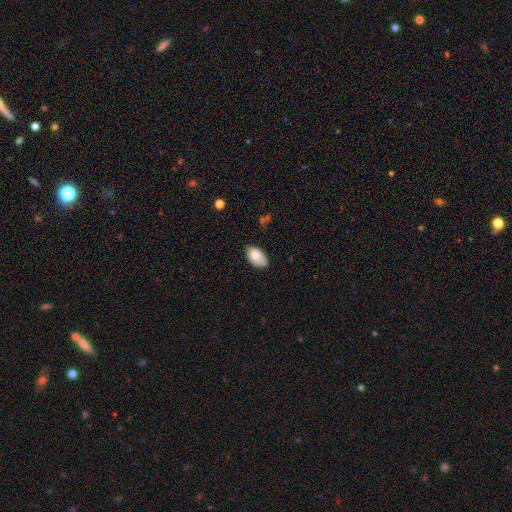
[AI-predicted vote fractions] Morphology: type=smooth (83%); roundness=in between (94%); merging=none (66%).